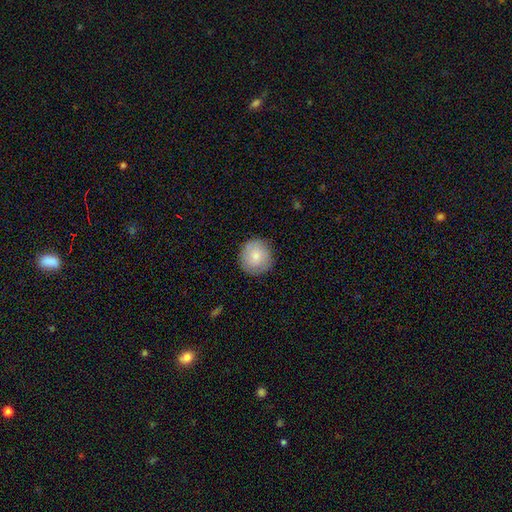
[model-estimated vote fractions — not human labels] smooth_or_featured: smooth (p=0.81) [alt: featured or disk p=0.13]
how_rounded: round (p=0.93) [alt: in between p=0.06]
merging: none (p=0.87) [alt: minor disturbance p=0.10]